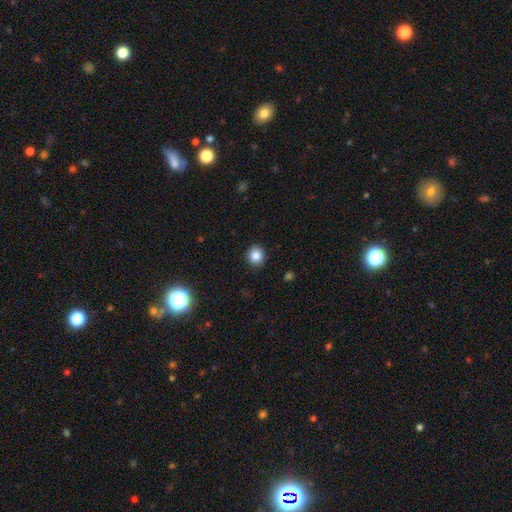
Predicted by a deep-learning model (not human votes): smooth-or-featured: smooth: 84% | star or artifact: 11% | featured or disk: 5%
  how-rounded: round: 83% | in between: 16% | cigar-shaped: 1%
  merging: none: 91% | minor disturbance: 6% | major disturbance: 2% | merger: 1%